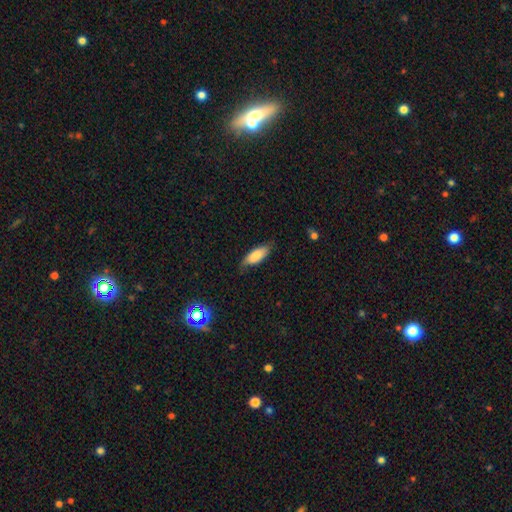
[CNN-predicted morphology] Smooth or featured?
  - smooth: 82% *
  - featured or disk: 12%
  - star or artifact: 6%
How rounded?
  - in between: 73% *
  - cigar-shaped: 25%
  - round: 2%
Merging?
  - none: 70% *
  - minor disturbance: 24%
  - major disturbance: 5%
  - merger: 1%